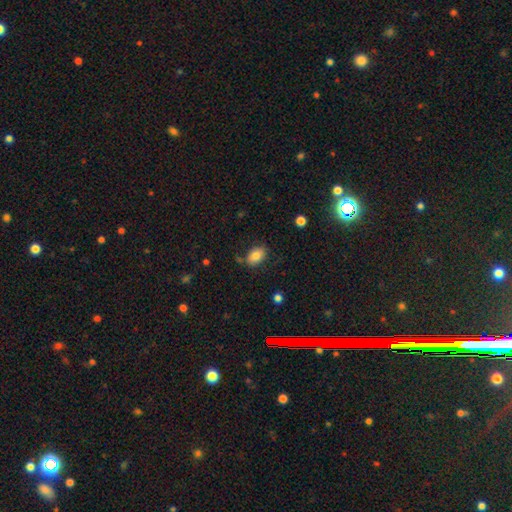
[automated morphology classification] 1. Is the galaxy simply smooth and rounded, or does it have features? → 82% smooth, 10% featured or disk, 8% star or artifact.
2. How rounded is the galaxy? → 85% in between, 13% round, 1% cigar-shaped.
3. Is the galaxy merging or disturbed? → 77% none, 15% minor disturbance, 4% major disturbance, 4% merger.